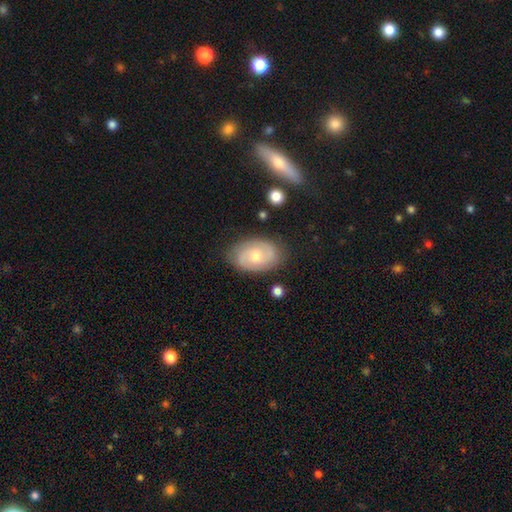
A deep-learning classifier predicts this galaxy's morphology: The model was most divided on "spiral winding": tight: 50%, medium: 38%, loose: 12%. More confident: edge-on disk — no (95%); spiral arms — yes (88%); merging — none (81%); spiral arm count — 2 (73%); smooth or featured — featured or disk (69%); bar — no (66%); bulge size — moderate (59%).